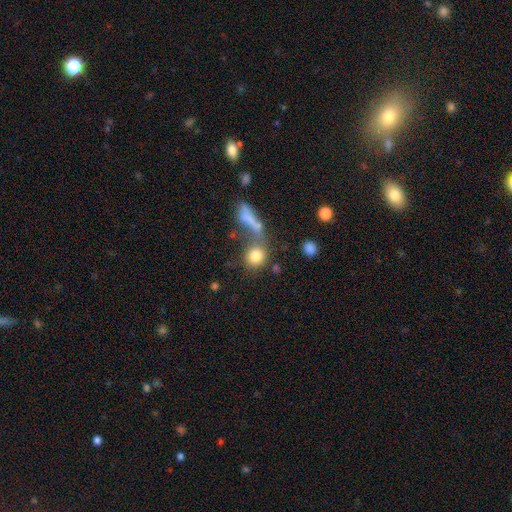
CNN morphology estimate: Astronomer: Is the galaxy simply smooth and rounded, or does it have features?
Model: smooth — 80%.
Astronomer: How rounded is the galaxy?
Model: round — 77%.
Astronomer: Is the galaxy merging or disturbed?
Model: none — 48% (runner-up: merger, 31%).